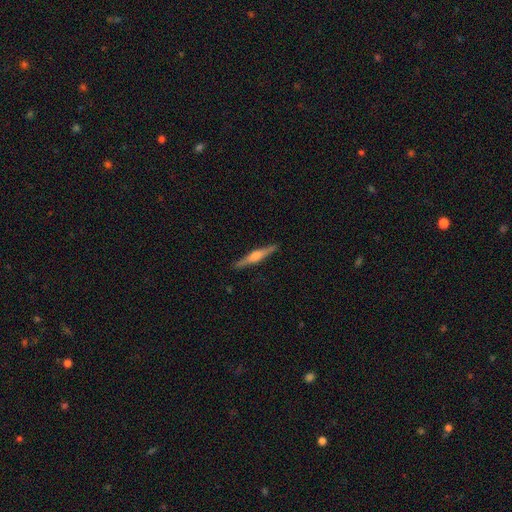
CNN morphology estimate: featured or disk 74%, smooth 20%, star or artifact 5%. Down the decision tree: edge-on disk — yes (98%); edge-on bulge — rounded (82%); merging — none (91%).